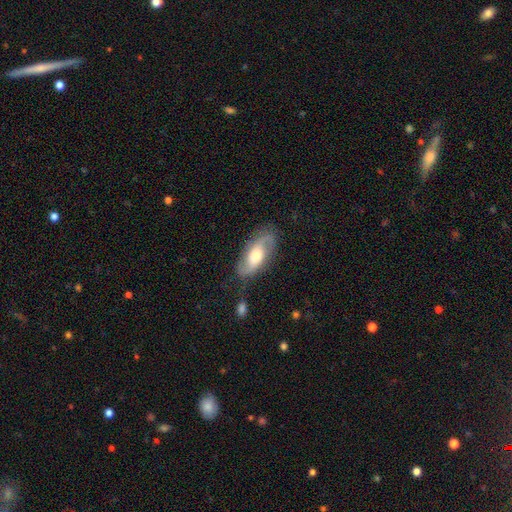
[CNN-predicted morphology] Smooth or featured?
  - featured or disk: 71% *
  - smooth: 23%
  - star or artifact: 6%
Edge-on disk?
  - no: 91% *
  - yes: 9%
Bar?
  - no: 52% *
  - weak: 36%
  - strong: 12%
Spiral arms?
  - yes: 91% *
  - no: 9%
Spiral winding?
  - loose: 45% *
  - medium: 40%
  - tight: 15%
Spiral arm count?
  - 2: 87% *
  - can't tell: 6%
  - 1: 5%
  - 3: 1%
  - 4: 1%
  - more than 4: 1%
Bulge size?
  - moderate: 62% *
  - large: 21%
  - small: 14%
  - dominant: 2%
  - none: 2%
Merging?
  - none: 72% *
  - minor disturbance: 18%
  - major disturbance: 7%
  - merger: 3%